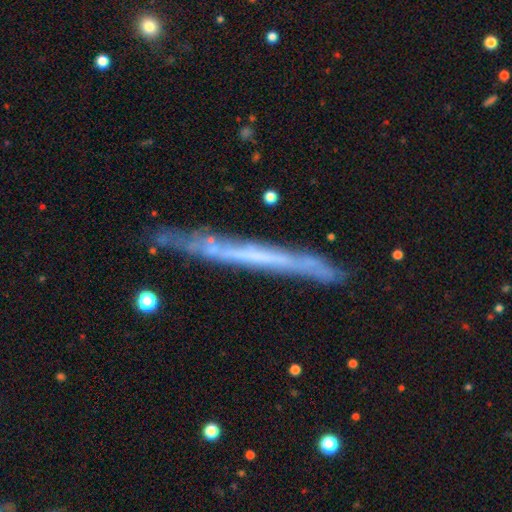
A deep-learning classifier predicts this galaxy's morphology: Smooth or featured? featured or disk (64%)
Edge-on disk? yes (90%)
Edge-on bulge? none (90%)
Merging? none (78%)